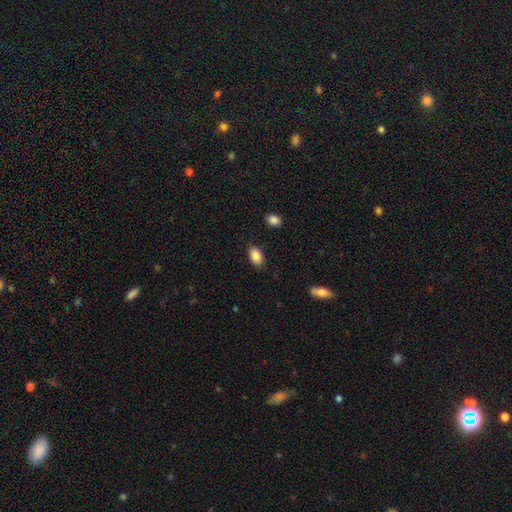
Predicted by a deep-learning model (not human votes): A smooth galaxy with no disk features (88%) that is in between round and cigar-shaped (91%). Merging: none (85%).